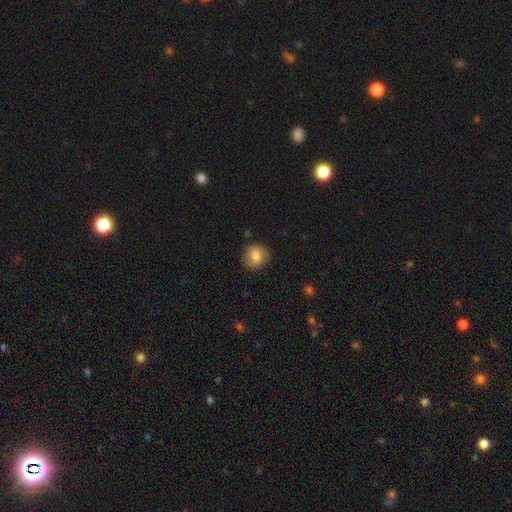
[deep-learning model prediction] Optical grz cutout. It shows a smooth galaxy with no disk features (81%) that is round (78%). Merging: none (81%).